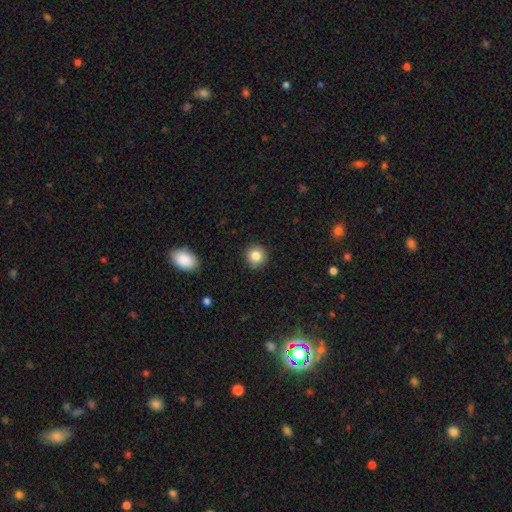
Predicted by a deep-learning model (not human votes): A smooth galaxy with no disk features (84%) that is round (92%). Merging: none (90%).